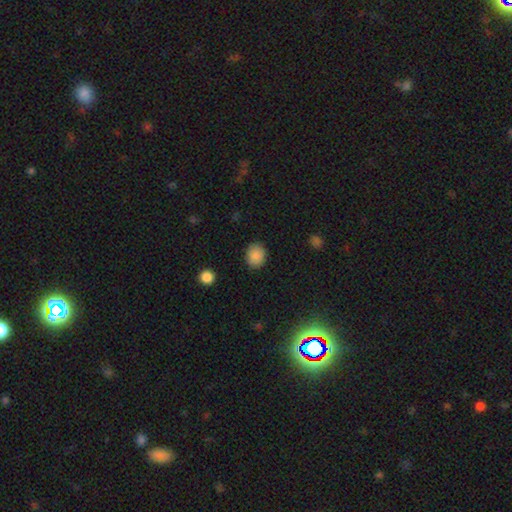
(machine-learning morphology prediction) The model was most divided on "how rounded": round: 53%, in between: 46%, cigar-shaped: 1%. More confident: smooth or featured — smooth (88%); merging — none (87%).